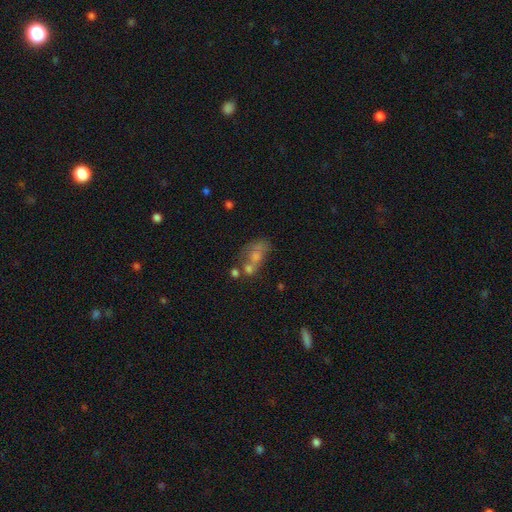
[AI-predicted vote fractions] This appears to be a smooth galaxy with no disk features (49%). Merging: merger (38%).